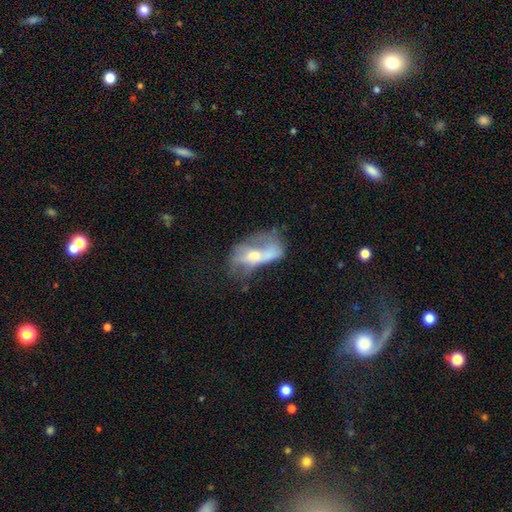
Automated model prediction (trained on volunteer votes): Smooth or featured: featured or disk — 53% (smooth — 37%)
Edge-on disk: no — 90% (yes — 10%)
Merging: major disturbance — 35% (none — 23%)